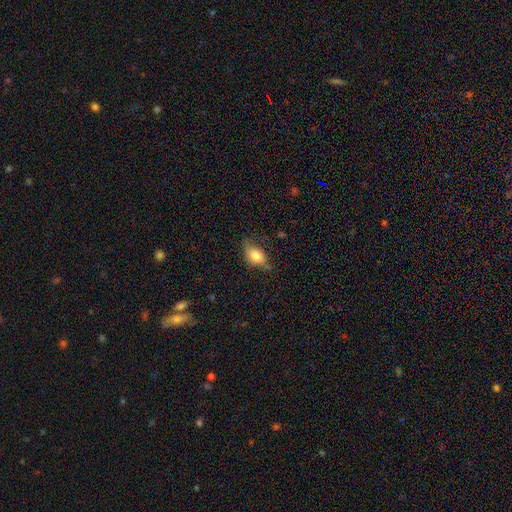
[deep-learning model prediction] This is likely a smooth galaxy (74%). How rounded: clearly in between (83%). Merging: possibly none (53%).